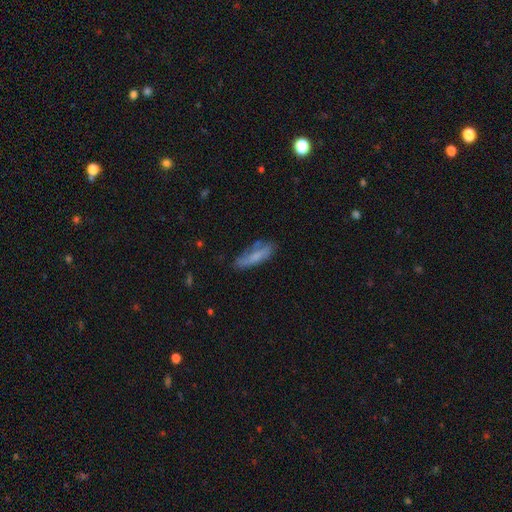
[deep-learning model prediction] Morphology: type=smooth (64%); roundness=cigar-shaped (54%); merging=none (62%).